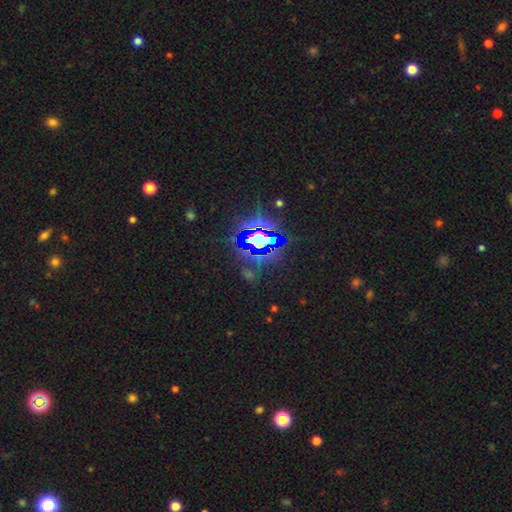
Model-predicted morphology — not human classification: Q: Smooth or featured?
A: star or artifact (82%); runner-up: smooth (10%)